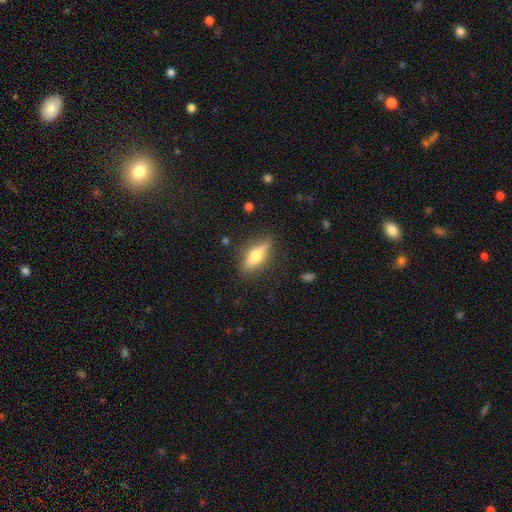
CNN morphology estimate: Smooth or featured: smooth — 52% (featured or disk — 41%)
How rounded: in between — 54% (cigar-shaped — 42%)
Merging: none — 84% (minor disturbance — 11%)